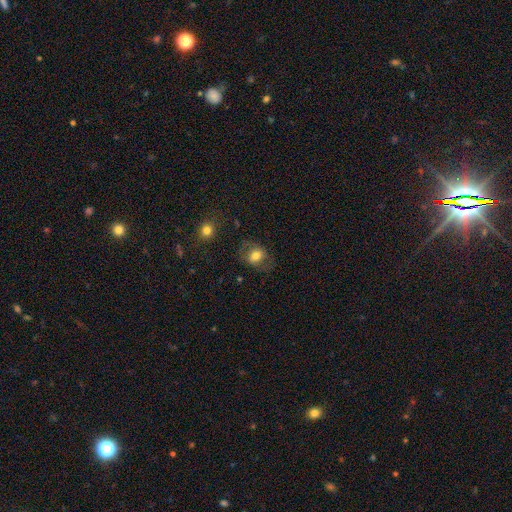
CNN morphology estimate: Smooth or featured?
  - smooth: 62% *
  - featured or disk: 29%
  - star or artifact: 9%
How rounded?
  - in between: 53% *
  - round: 45%
  - cigar-shaped: 1%
Merging?
  - none: 68% *
  - minor disturbance: 18%
  - major disturbance: 13%
  - merger: 2%